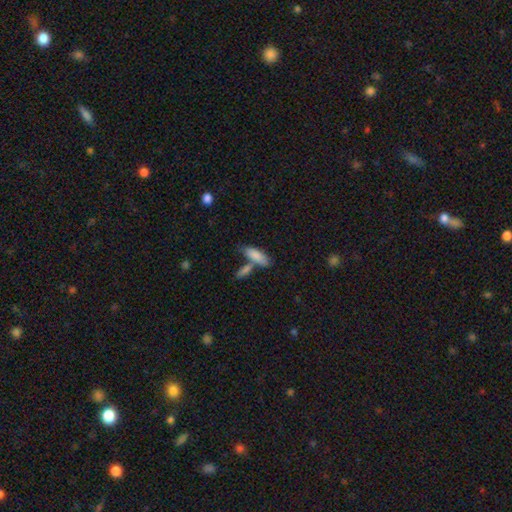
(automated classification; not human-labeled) smooth-or-featured: smooth: 83% | featured or disk: 10% | star or artifact: 6%
  how-rounded: in between: 63% | cigar-shaped: 35% | round: 2%
  merging: none: 49% | merger: 34% | minor disturbance: 13% | major disturbance: 5%